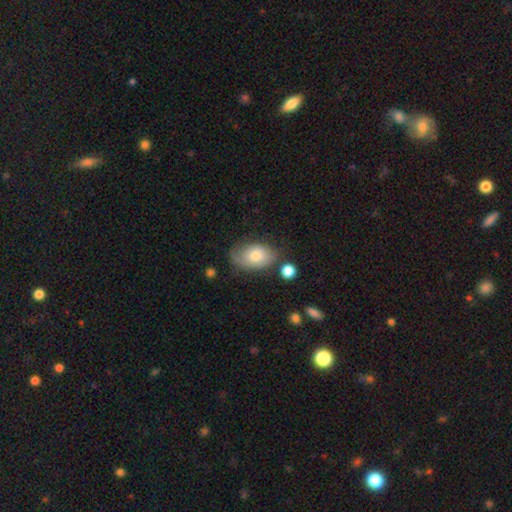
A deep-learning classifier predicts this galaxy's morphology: This appears to be a smooth galaxy with no disk features (71%) that is in between round and cigar-shaped (86%). Merging: none (58%).